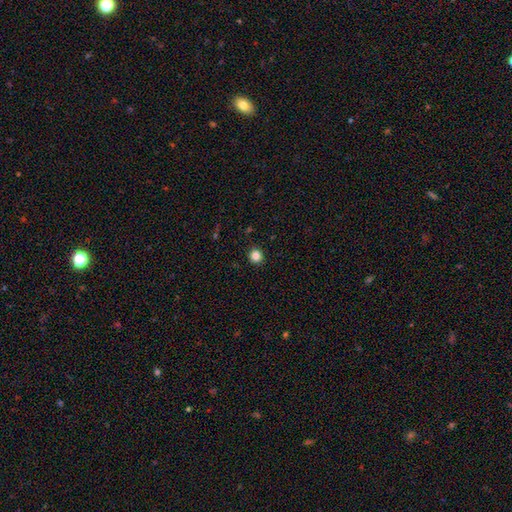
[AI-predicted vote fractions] Smooth or featured: smooth — 84% (star or artifact — 12%)
How rounded: round — 91% (in between — 8%)
Merging: none — 92% (minor disturbance — 5%)